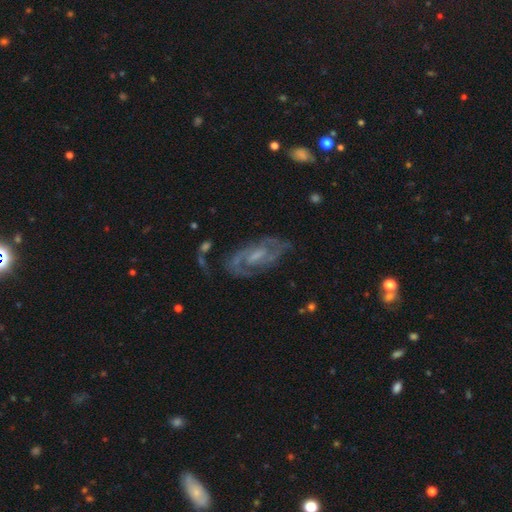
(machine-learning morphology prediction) This is clearly a featured or disk galaxy (81%). It is clearly not viewed edge-on (94%). Bar: possibly weak (50%). Spiral arm pattern: clearly yes (90%). Spiral arm count: likely 2 (62%). Spiral winding: possibly medium (46%). Central bulge: possibly small (47%). Merging: likely none (70%).